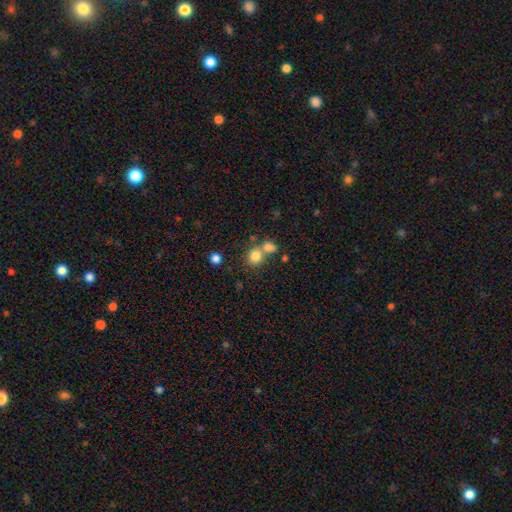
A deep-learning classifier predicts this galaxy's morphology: smooth_or_featured: smooth (p=0.81) [alt: star or artifact p=0.12]
how_rounded: round (p=0.75) [alt: in between p=0.24]
merging: none (p=0.49) [alt: merger p=0.38]